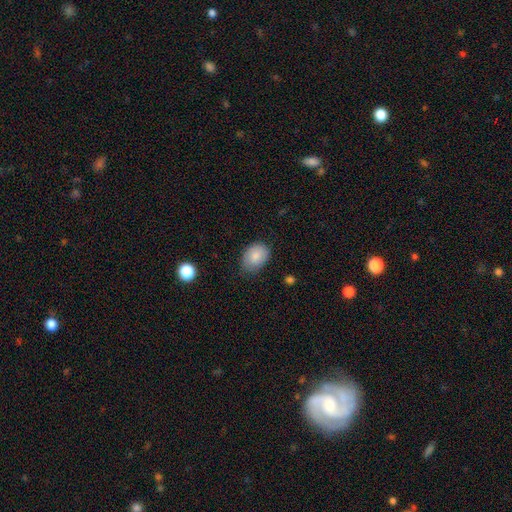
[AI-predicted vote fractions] smooth_or_featured: smooth (p=0.83) [alt: featured or disk p=0.10]
how_rounded: in between (p=0.72) [alt: round p=0.27]
merging: none (p=0.67) [alt: minor disturbance p=0.27]